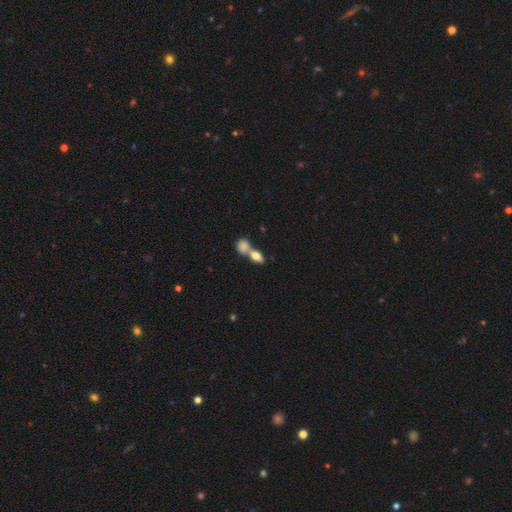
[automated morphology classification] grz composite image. It shows a smooth galaxy with no disk features (79%) that is in between round and cigar-shaped (76%). Merging: merger (62%).